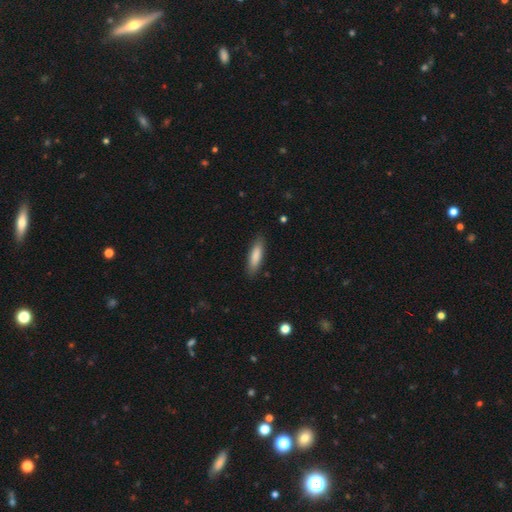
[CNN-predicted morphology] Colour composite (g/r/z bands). It shows a smooth galaxy with no disk features (85%) that is cigar-shaped (63%). Merging: none (87%).